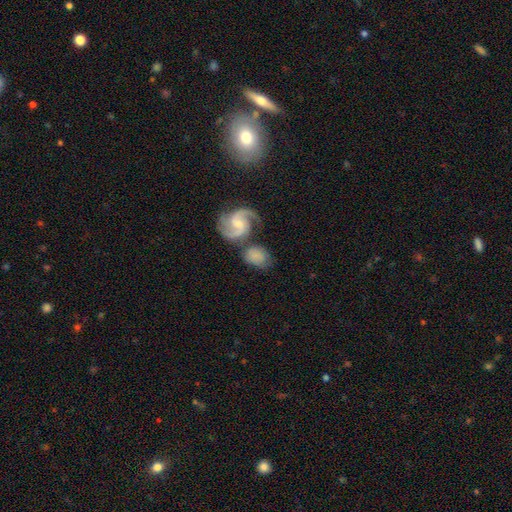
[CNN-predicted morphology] Smooth or featured? Predicted: featured or disk (p=0.53). Edge-on disk? Predicted: no (p=0.96). Bar? Predicted: no (p=0.45). Spiral arms? Predicted: yes (p=0.93). Bulge size? Predicted: small (p=0.56). Merging? Predicted: none (p=0.46).